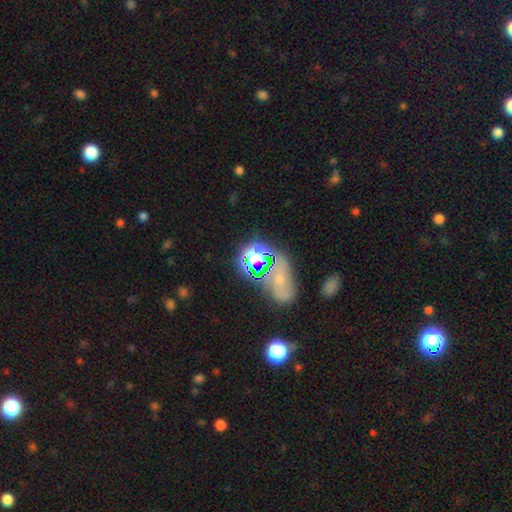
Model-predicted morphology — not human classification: This appears to be a star or artifact, not a galaxy (57%).